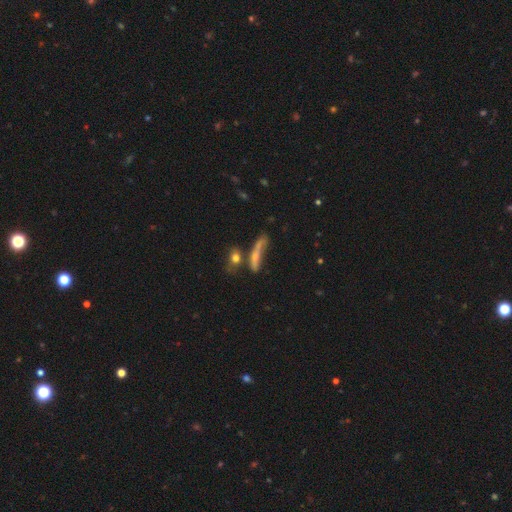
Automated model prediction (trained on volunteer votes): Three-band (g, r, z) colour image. It shows a smooth galaxy with no disk features (55%) that is cigar-shaped (81%). Merging: none (41%).